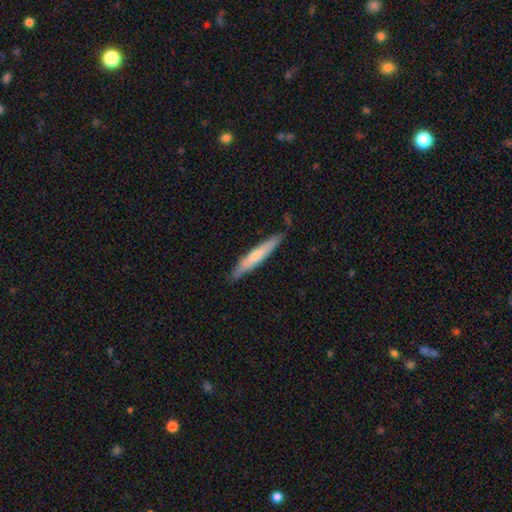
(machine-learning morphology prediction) smooth_or_featured: smooth (p=0.60) [alt: featured or disk p=0.35]
how_rounded: cigar-shaped (p=0.94) [alt: in between p=0.05]
merging: none (p=0.85) [alt: minor disturbance p=0.12]